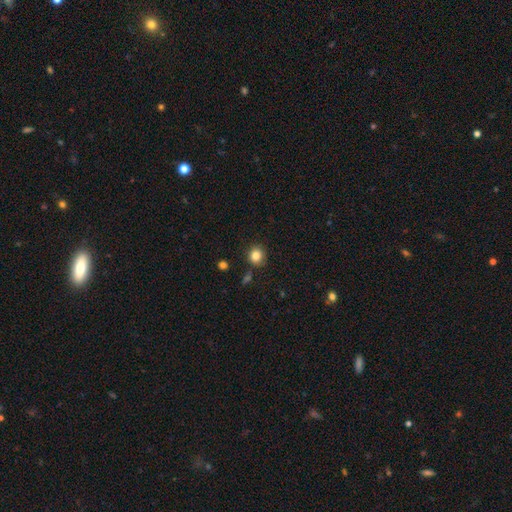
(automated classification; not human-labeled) smooth 83%, star or artifact 11%, featured or disk 6%. Down the decision tree: how rounded — round (85%); merging — none (86%).